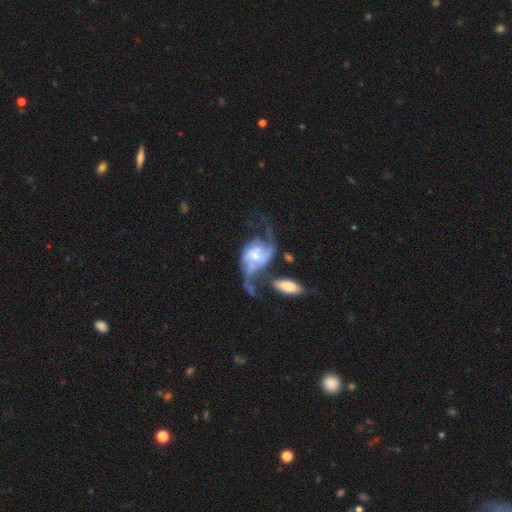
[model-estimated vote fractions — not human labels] A featured or disk galaxy (83%) with no bar (57%), 2 (82%) loose (63%) spiral arms (93%) and a small central bulge (41%).

Vote fractions:
- Smooth or featured? featured or disk: 83% / smooth: 11% / star or artifact: 6%
- Edge-on disk? no: 96% / yes: 4%
- Bar? no: 57% / weak: 34% / strong: 10%
- Spiral arms? yes: 93% / no: 7%
- Spiral winding? loose: 63% / medium: 29% / tight: 8%
- Spiral arm count? 2: 82% / can't tell: 6% / 3: 4% / 1: 4% / 4: 2% / more than 4: 2%
- Bulge size? small: 41% / moderate: 30% / large: 14% / none: 13% / dominant: 3%
- Merging? major disturbance: 32% / none: 27% / merger: 25% / minor disturbance: 16%